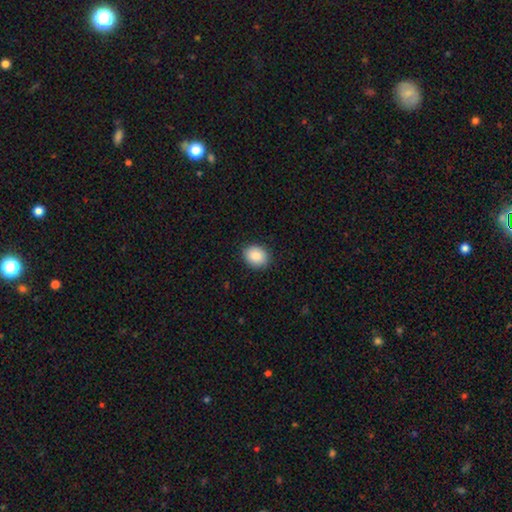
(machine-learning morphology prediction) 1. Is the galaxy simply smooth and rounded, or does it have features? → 88% smooth, 7% star or artifact, 5% featured or disk.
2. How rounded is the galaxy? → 52% round, 48% in between, 1% cigar-shaped.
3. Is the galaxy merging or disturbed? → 89% none, 8% minor disturbance, 2% major disturbance, 1% merger.